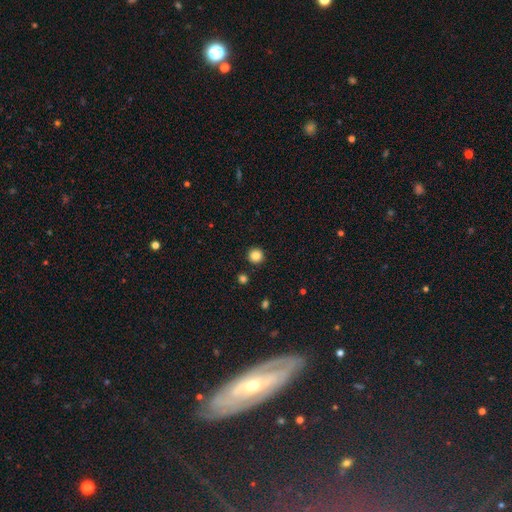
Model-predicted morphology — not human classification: Smooth or featured? smooth (86%)
How rounded? round (96%)
Merging? none (92%)